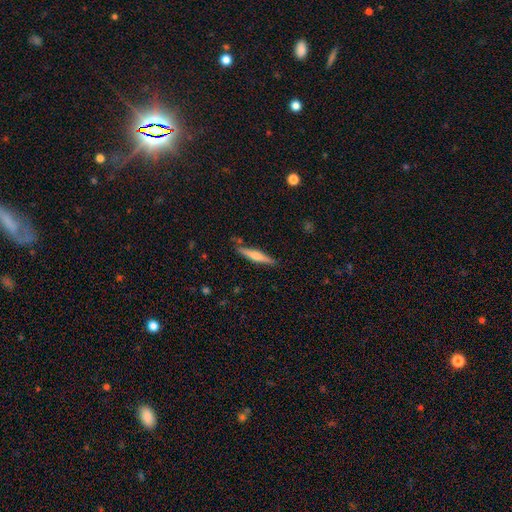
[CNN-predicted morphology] This appears to be a featured or disk galaxy (47%, tied with smooth). Merging: none (85%).